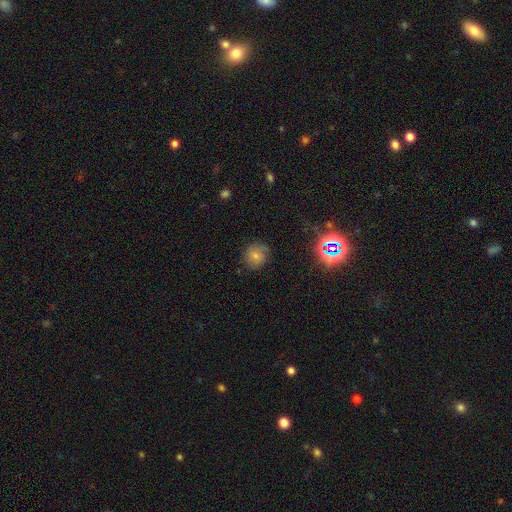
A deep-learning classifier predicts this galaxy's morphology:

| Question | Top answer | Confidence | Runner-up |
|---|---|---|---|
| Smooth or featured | smooth | 68% | star or artifact (16%) |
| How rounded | round | 83% | in between (16%) |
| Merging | none | 73% | minor disturbance (19%) |